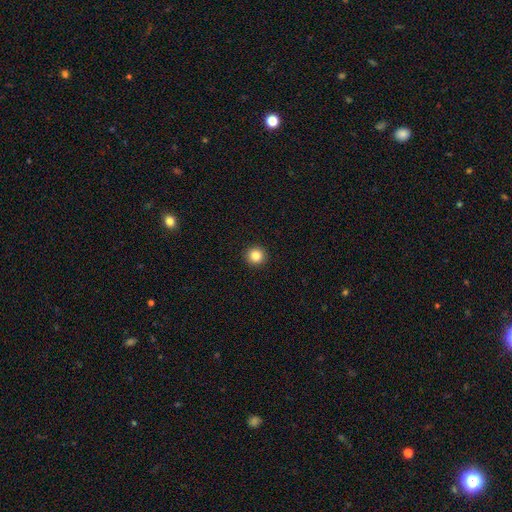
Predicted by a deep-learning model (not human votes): This is clearly a smooth galaxy (84%). How rounded: clearly round (95%). Merging: clearly none (94%).